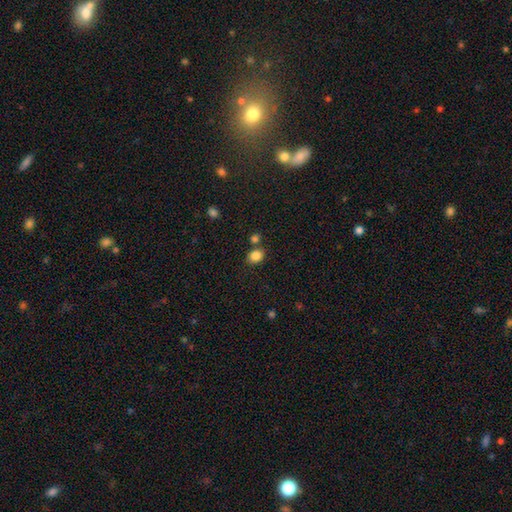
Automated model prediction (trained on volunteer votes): A smooth galaxy with no disk features (85%) that is in between round and cigar-shaped (50%).

Vote fractions:
- Smooth or featured? smooth: 85% / star or artifact: 11% / featured or disk: 4%
- How rounded? in between: 50% / round: 49% / cigar-shaped: 1%
- Merging? none: 70% / merger: 15% / minor disturbance: 11% / major disturbance: 3%